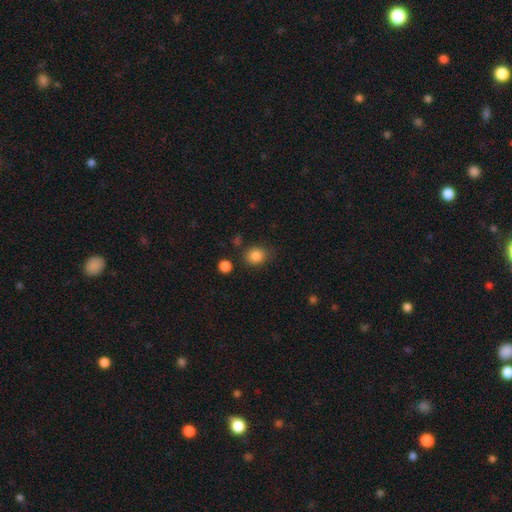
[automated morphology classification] A smooth galaxy with no disk features (85%) that is round (65%).

Vote fractions:
- Smooth or featured? smooth: 85% / star or artifact: 10% / featured or disk: 4%
- How rounded? round: 65% / in between: 34% / cigar-shaped: 1%
- Merging? none: 76% / minor disturbance: 15% / major disturbance: 5% / merger: 4%